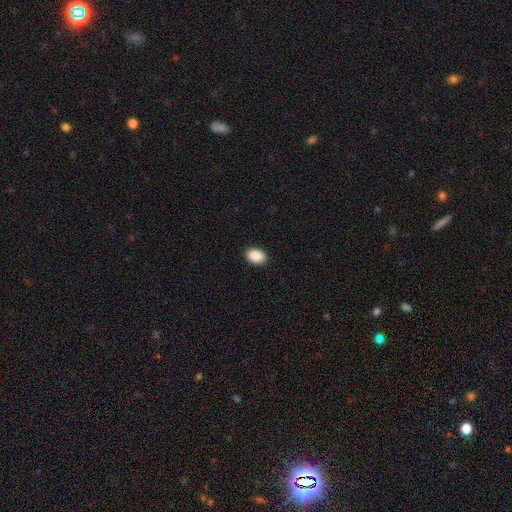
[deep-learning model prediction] smooth-or-featured: smooth: 90% | star or artifact: 7% | featured or disk: 2%
  how-rounded: in between: 79% | round: 20% | cigar-shaped: 1%
  merging: none: 91% | minor disturbance: 7% | major disturbance: 2% | merger: 1%